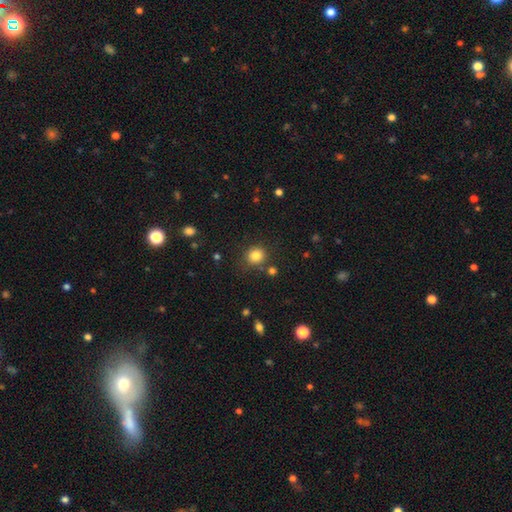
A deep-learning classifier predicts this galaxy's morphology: Q: Smooth or featured?
A: smooth (83%); runner-up: star or artifact (12%)
Q: How rounded?
A: round (86%); runner-up: in between (13%)
Q: Merging?
A: none (82%); runner-up: minor disturbance (10%)